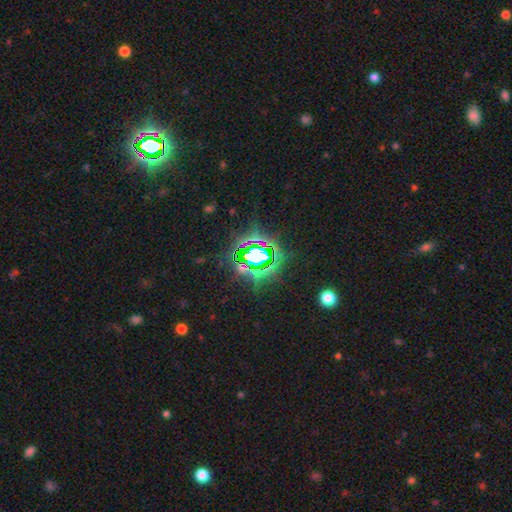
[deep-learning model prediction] Smooth or featured? star or artifact (77%)